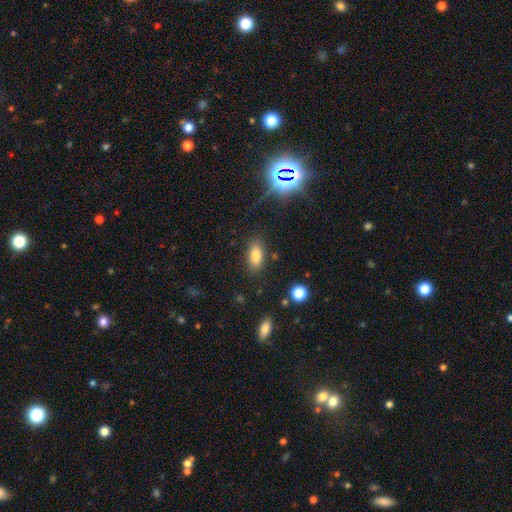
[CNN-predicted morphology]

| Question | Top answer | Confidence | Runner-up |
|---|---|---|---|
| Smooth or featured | smooth | 78% | featured or disk (12%) |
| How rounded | in between | 86% | cigar-shaped (8%) |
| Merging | none | 84% | minor disturbance (10%) |